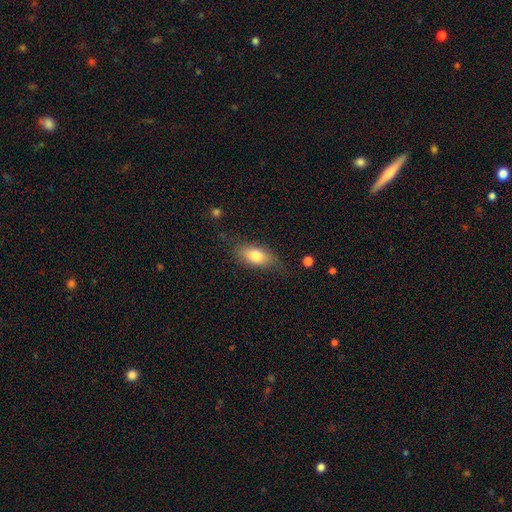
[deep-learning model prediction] smooth-or-featured: smooth: 76% | featured or disk: 17% | star or artifact: 7%
  how-rounded: in between: 84% | cigar-shaped: 10% | round: 5%
  merging: none: 70% | minor disturbance: 22% | major disturbance: 7% | merger: 2%